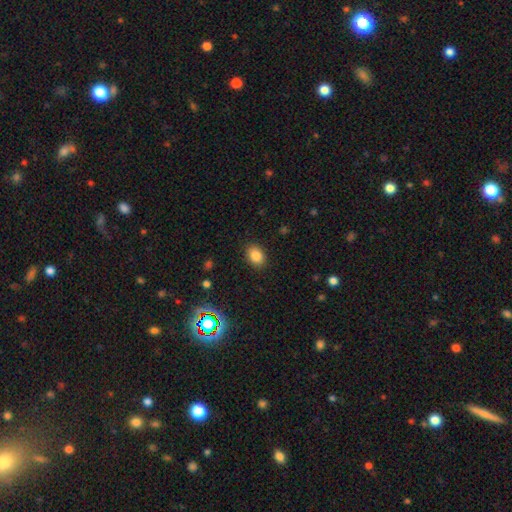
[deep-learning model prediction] Overall: smooth (84%). How rounded: in between (74%). Merging: none (88%).